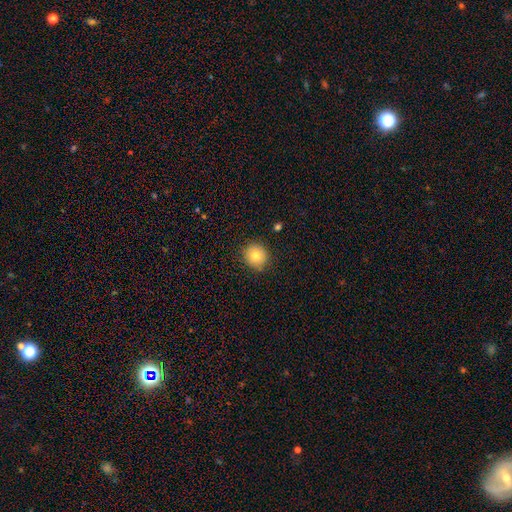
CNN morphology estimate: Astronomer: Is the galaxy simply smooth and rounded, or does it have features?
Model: smooth — 82%.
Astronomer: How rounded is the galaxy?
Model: round — 89%.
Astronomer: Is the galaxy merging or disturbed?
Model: none — 87%.